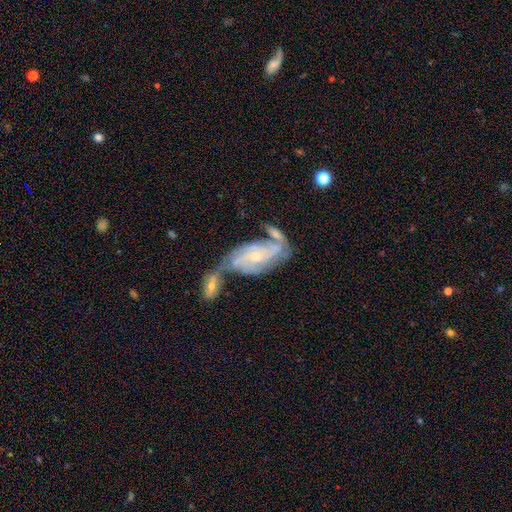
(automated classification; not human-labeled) Overall: featured or disk (81%). Edge-on disk: no (95%). Bar: no (54%; weak 34%). Spiral arms: yes (95%). Spiral arm count: 2 (37%; can't tell 24%). Spiral winding: tight (45%; medium 40%). Bulge size: small (64%; moderate 30%). Merging: merger (46%; none 29%).